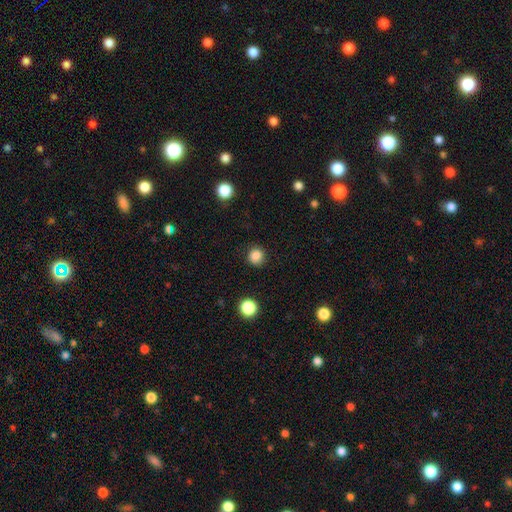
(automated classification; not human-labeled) The model was most divided on "smooth or featured": smooth: 85%, star or artifact: 12%, featured or disk: 3%. More confident: merging — none (89%); how rounded — round (89%).